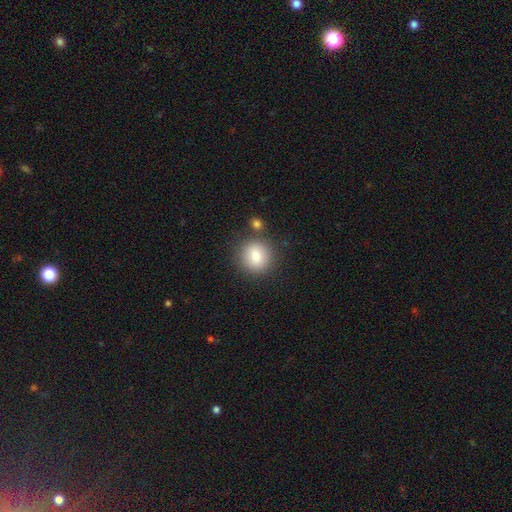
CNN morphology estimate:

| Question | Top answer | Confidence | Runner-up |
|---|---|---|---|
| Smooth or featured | smooth | 82% | star or artifact (10%) |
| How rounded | round | 89% | in between (10%) |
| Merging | none | 81% | minor disturbance (9%) |